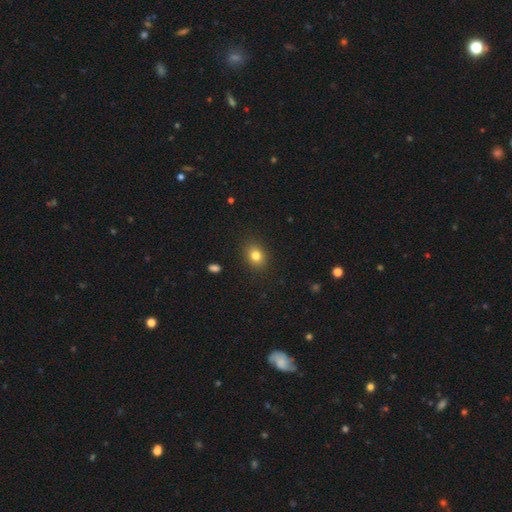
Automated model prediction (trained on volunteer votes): Smooth or featured?
  - smooth: 81% *
  - star or artifact: 11%
  - featured or disk: 8%
How rounded?
  - round: 51% *
  - in between: 48%
  - cigar-shaped: 1%
Merging?
  - none: 88% *
  - minor disturbance: 8%
  - major disturbance: 2%
  - merger: 1%